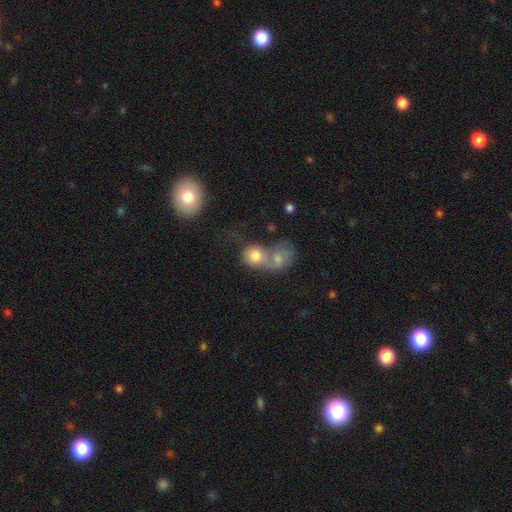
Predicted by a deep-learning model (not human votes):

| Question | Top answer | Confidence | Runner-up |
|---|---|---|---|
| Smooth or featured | smooth | 75% | featured or disk (16%) |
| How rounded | round | 67% | in between (32%) |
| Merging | merger | 70% | none (17%) |